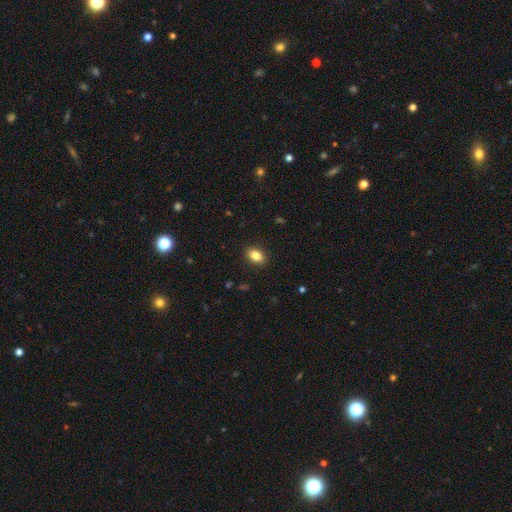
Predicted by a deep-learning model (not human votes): A smooth galaxy with no disk features (85%) that is in between round and cigar-shaped (82%).

Vote fractions:
- Smooth or featured? smooth: 85% / star or artifact: 9% / featured or disk: 6%
- How rounded? in between: 82% / round: 16% / cigar-shaped: 2%
- Merging? none: 89% / minor disturbance: 7% / major disturbance: 2% / merger: 1%